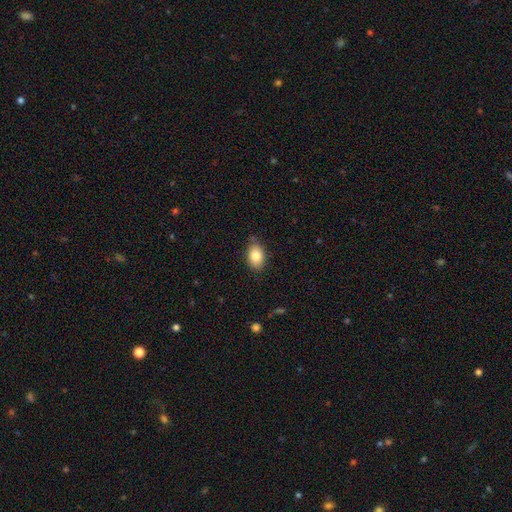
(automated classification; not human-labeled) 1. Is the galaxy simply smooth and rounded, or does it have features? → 82% smooth, 10% featured or disk, 8% star or artifact.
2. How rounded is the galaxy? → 84% in between, 14% round, 1% cigar-shaped.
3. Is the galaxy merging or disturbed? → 81% none, 15% minor disturbance, 3% major disturbance, 2% merger.